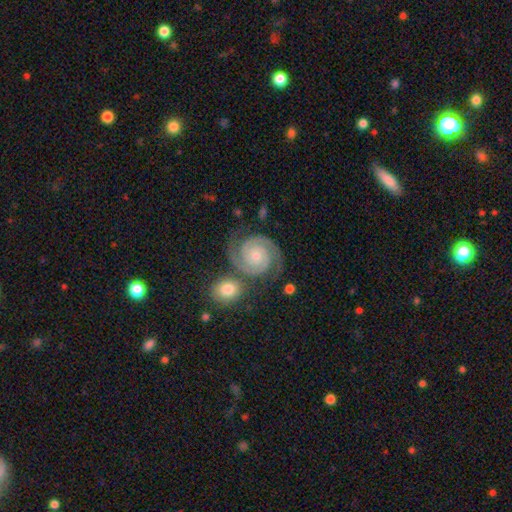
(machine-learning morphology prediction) Q: Smooth or featured?
A: featured or disk (91%); runner-up: star or artifact (4%)
Q: Edge-on disk?
A: no (98%); runner-up: yes (2%)
Q: Bar?
A: no (77%); runner-up: weak (18%)
Q: Spiral arms?
A: yes (99%); runner-up: no (1%)
Q: Spiral winding?
A: tight (76%); runner-up: medium (21%)
Q: Spiral arm count?
A: 2 (91%); runner-up: 3 (3%)
Q: Bulge size?
A: small (56%); runner-up: moderate (36%)
Q: Merging?
A: none (76%); runner-up: minor disturbance (11%)